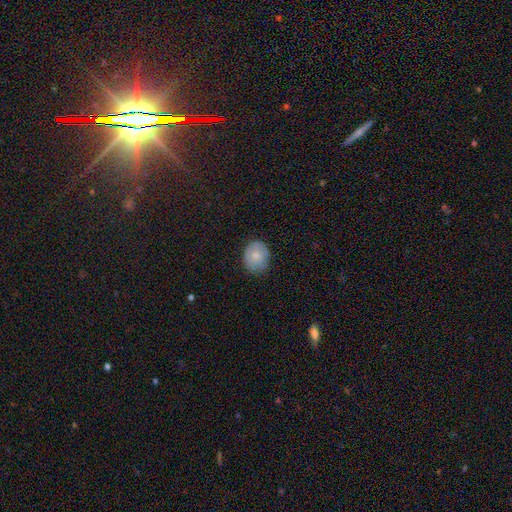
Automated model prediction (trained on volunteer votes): Overall: smooth (76%). How rounded: round (63%; in between 37%). Merging: none (78%).